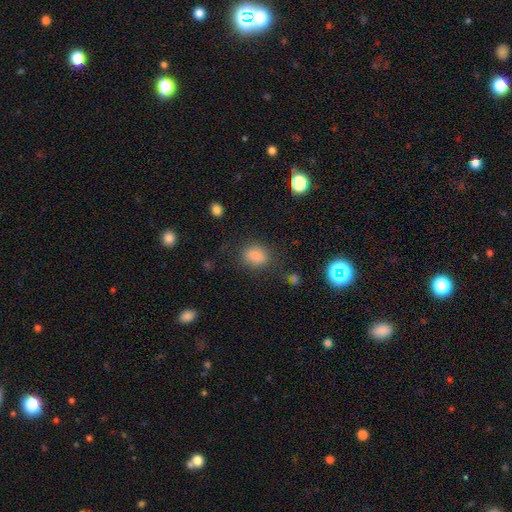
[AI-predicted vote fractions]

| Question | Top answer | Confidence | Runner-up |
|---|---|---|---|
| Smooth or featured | smooth | 84% | star or artifact (11%) |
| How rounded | in between | 64% | round (35%) |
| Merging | none | 75% | minor disturbance (16%) |